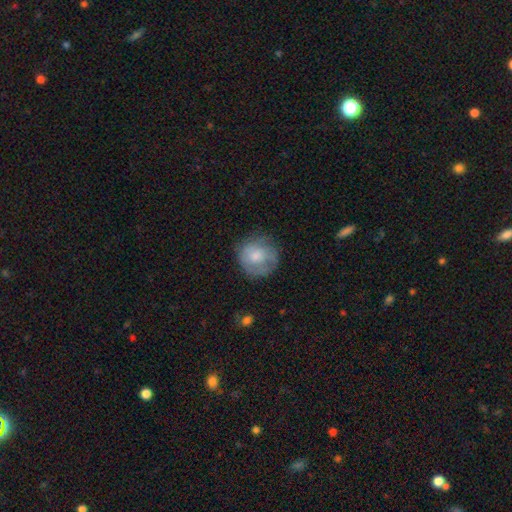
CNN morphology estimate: Smooth or featured: smooth — 65% (featured or disk — 28%)
How rounded: round — 87% (in between — 12%)
Merging: none — 64% (minor disturbance — 23%)